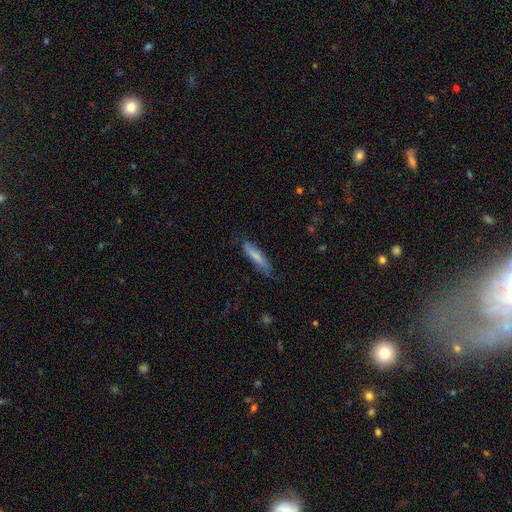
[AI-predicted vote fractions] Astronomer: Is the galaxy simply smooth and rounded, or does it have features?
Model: smooth — 73%.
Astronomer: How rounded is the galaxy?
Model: cigar-shaped — 80%.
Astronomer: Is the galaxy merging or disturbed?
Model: none — 72%.